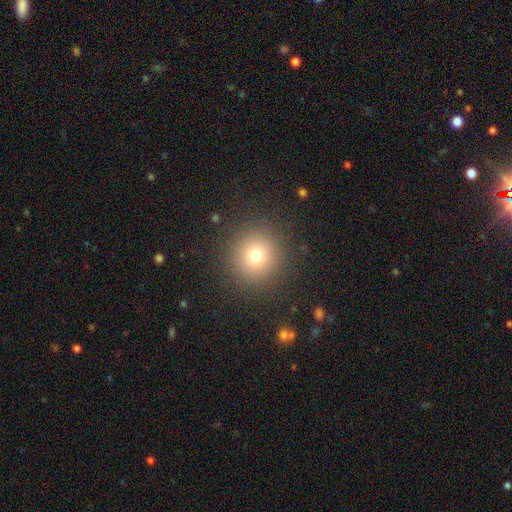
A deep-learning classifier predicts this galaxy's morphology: A smooth galaxy with no disk features (74%) that is round (94%).

Vote fractions:
- Smooth or featured? smooth: 74% / star or artifact: 17% / featured or disk: 10%
- How rounded? round: 94% / in between: 5% / cigar-shaped: 1%
- Merging? none: 89% / minor disturbance: 6% / major disturbance: 3% / merger: 1%